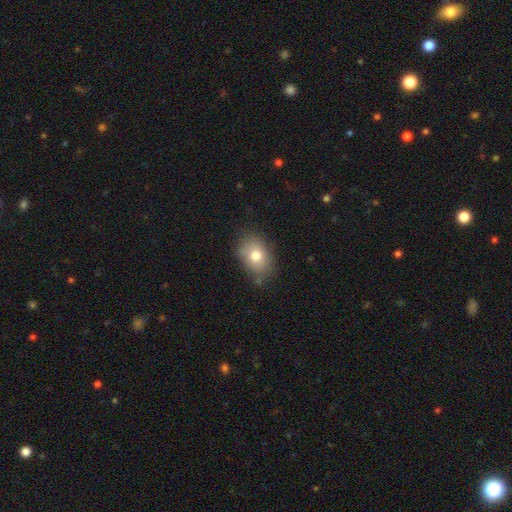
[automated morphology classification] A smooth galaxy with no disk features (76%) that is in between round and cigar-shaped (74%).

Vote fractions:
- Smooth or featured? smooth: 76% / featured or disk: 14% / star or artifact: 9%
- How rounded? in between: 74% / round: 25% / cigar-shaped: 1%
- Merging? none: 72% / minor disturbance: 20% / major disturbance: 5% / merger: 3%